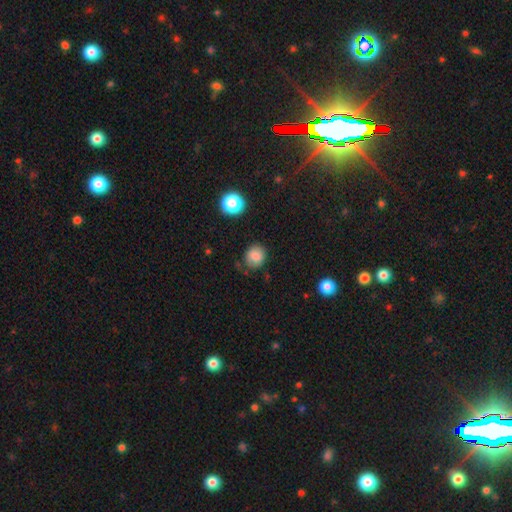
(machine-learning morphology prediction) This is clearly a smooth galaxy (83%). How rounded: likely round (69%). Merging: likely none (71%).